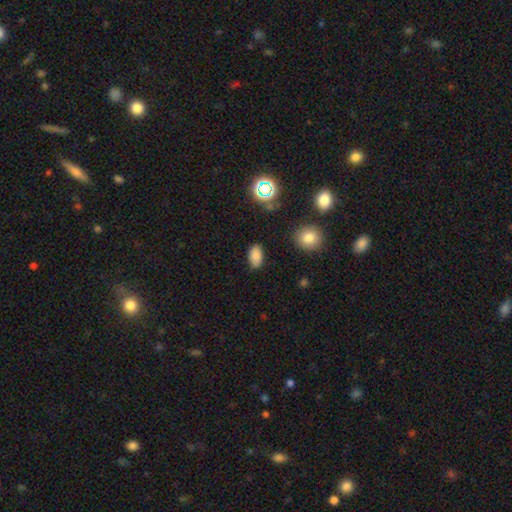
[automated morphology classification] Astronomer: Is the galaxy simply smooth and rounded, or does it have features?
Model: smooth — 82%.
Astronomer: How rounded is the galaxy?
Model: in between — 92%.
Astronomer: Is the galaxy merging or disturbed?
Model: none — 82%.